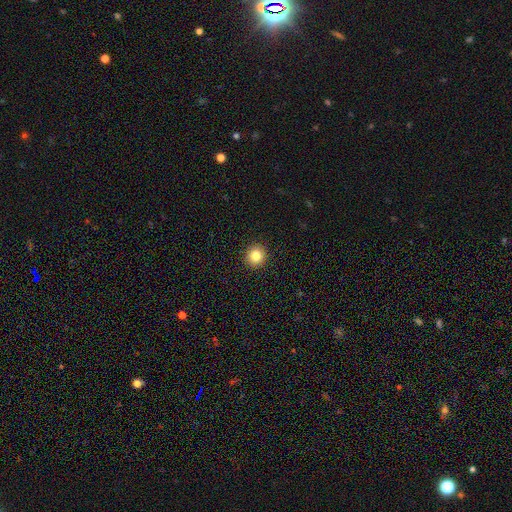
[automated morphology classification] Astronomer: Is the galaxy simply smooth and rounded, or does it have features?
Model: smooth — 83%.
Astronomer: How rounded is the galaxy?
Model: round — 93%.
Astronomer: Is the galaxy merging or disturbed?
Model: none — 93%.